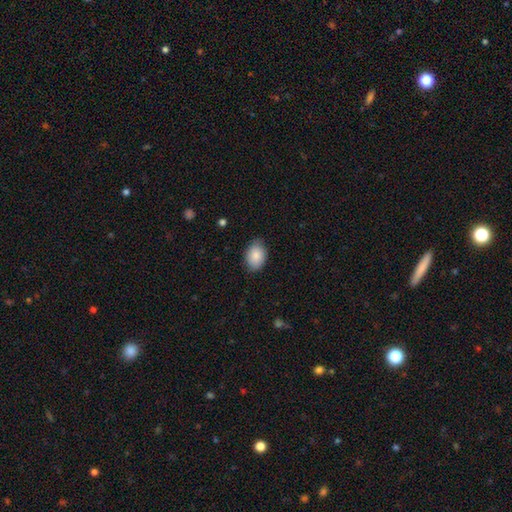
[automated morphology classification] Smooth or featured?
  - smooth: 87% *
  - star or artifact: 7%
  - featured or disk: 6%
How rounded?
  - in between: 80% *
  - round: 19%
  - cigar-shaped: 1%
Merging?
  - none: 81% *
  - minor disturbance: 15%
  - major disturbance: 3%
  - merger: 1%